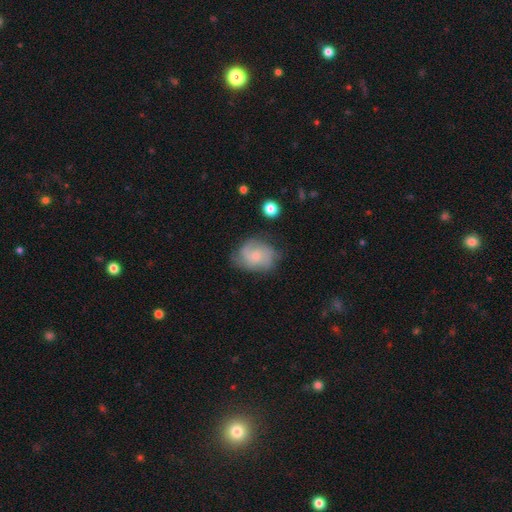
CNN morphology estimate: Smooth or featured? featured or disk (56%)
Edge-on disk? no (97%)
Bar? no (73%)
Spiral arms? yes (85%)
Bulge size? small (62%)
Merging? none (63%)